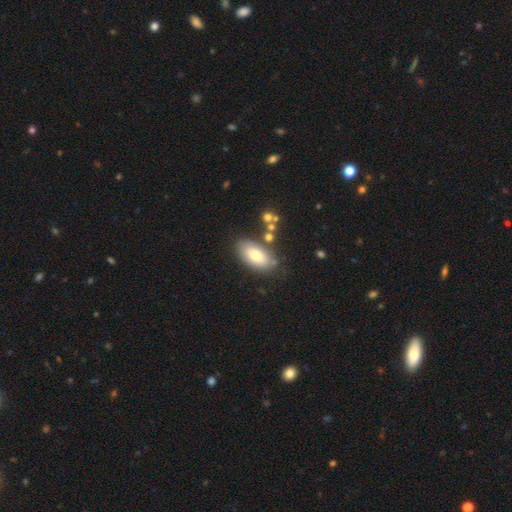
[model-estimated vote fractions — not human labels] Overall: smooth (71%). How rounded: in between (91%). Merging: none (72%).